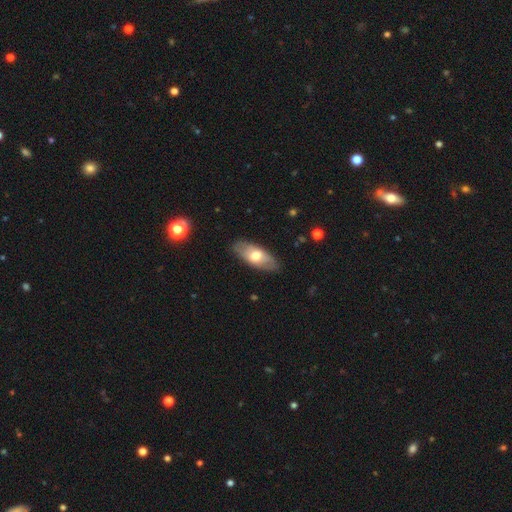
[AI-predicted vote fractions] smooth 58%, featured or disk 37%, star or artifact 6%. Down the decision tree: how rounded — in between (86%); merging — none (84%).